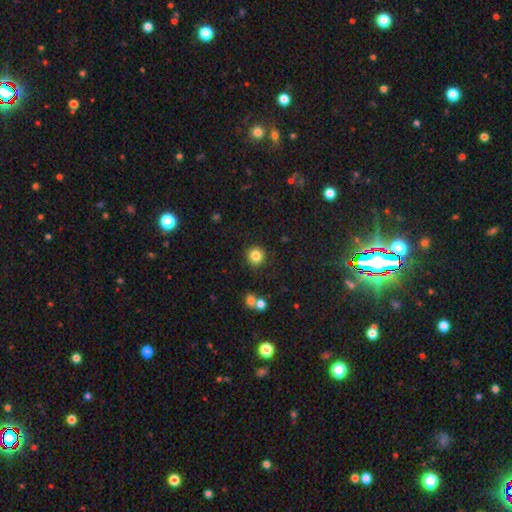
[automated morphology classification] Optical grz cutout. It shows a smooth galaxy with no disk features (83%) that is round (93%). Merging: none (89%).